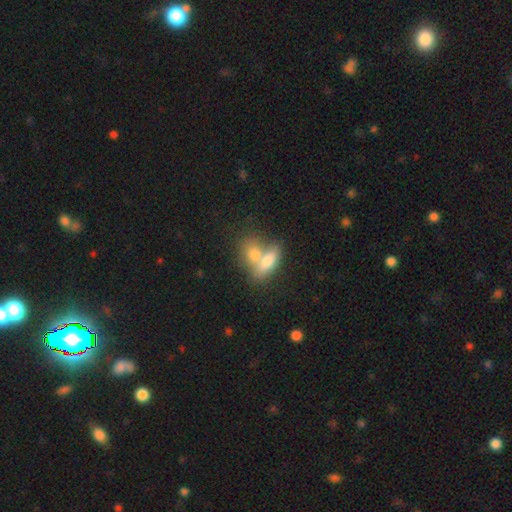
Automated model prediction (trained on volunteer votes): Smooth or featured: smooth — 69% (featured or disk — 23%)
How rounded: in between — 72% (cigar-shaped — 16%)
Merging: merger — 63% (none — 27%)